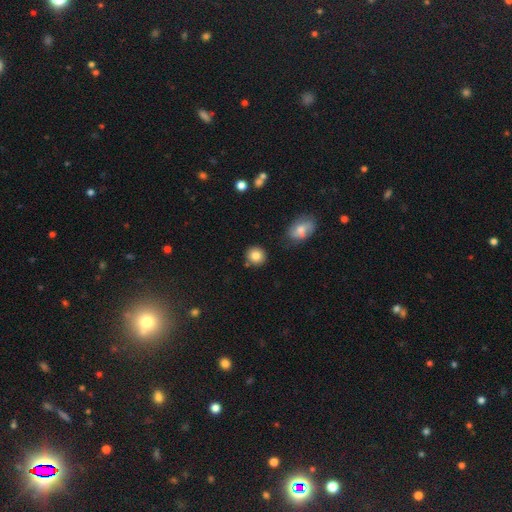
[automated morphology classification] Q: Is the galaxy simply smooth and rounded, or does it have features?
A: smooth — 83%.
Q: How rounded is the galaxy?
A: round — 86%.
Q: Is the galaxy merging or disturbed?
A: none — 84%.